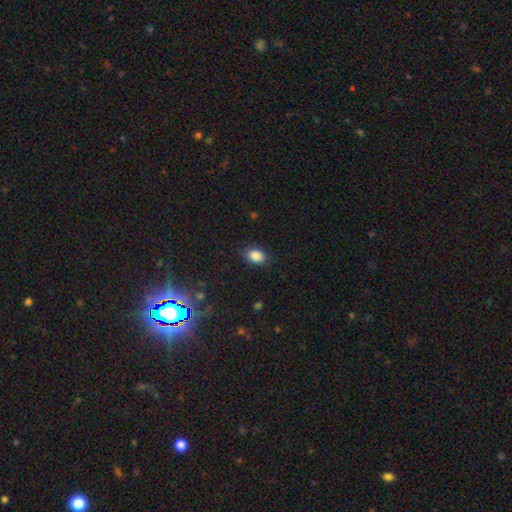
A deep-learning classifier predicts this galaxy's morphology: Smooth or featured? smooth (87%)
How rounded? in between (79%)
Merging? none (84%)